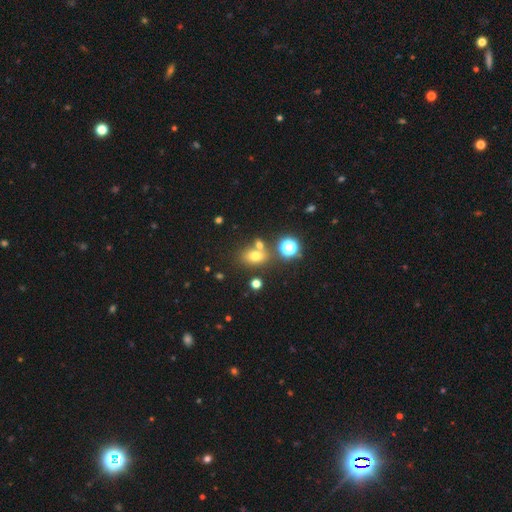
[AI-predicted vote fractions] A smooth galaxy with no disk features (68%) that is in between round and cigar-shaped (63%).

Vote fractions:
- Smooth or featured? smooth: 68% / star or artifact: 20% / featured or disk: 13%
- How rounded? in between: 63% / round: 35% / cigar-shaped: 2%
- Merging? none: 59% / merger: 25% / minor disturbance: 12% / major disturbance: 5%